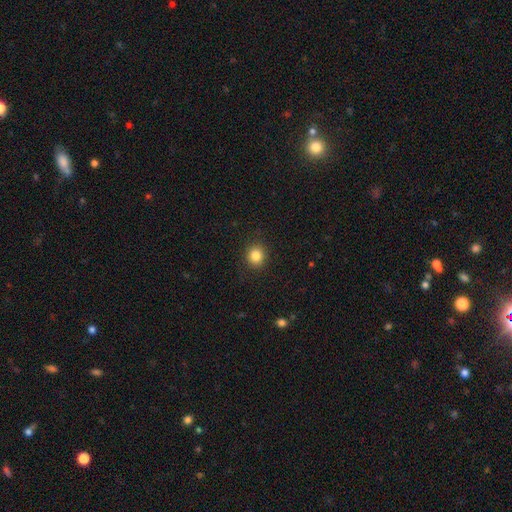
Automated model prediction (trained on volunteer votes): Smooth or featured? smooth (84%)
How rounded? round (86%)
Merging? none (91%)